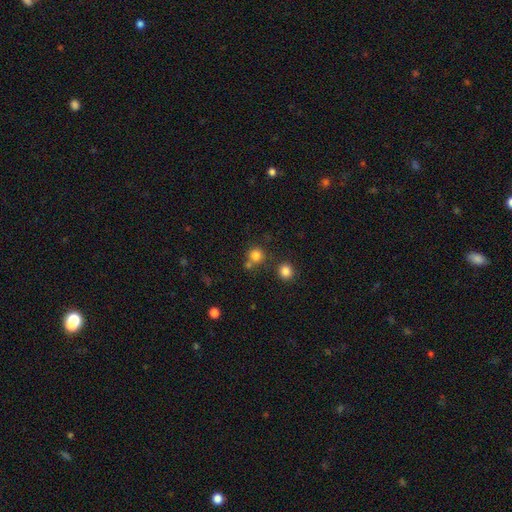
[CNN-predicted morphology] Smooth or featured: smooth — 79% (star or artifact — 14%)
How rounded: round — 91% (in between — 8%)
Merging: none — 67% (merger — 20%)